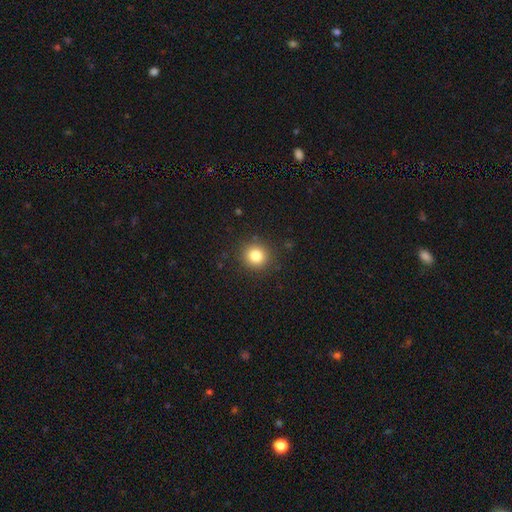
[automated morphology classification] smooth_or_featured: smooth (p=0.82) [alt: star or artifact p=0.12]
how_rounded: round (p=0.90) [alt: in between p=0.09]
merging: none (p=0.90) [alt: minor disturbance p=0.07]